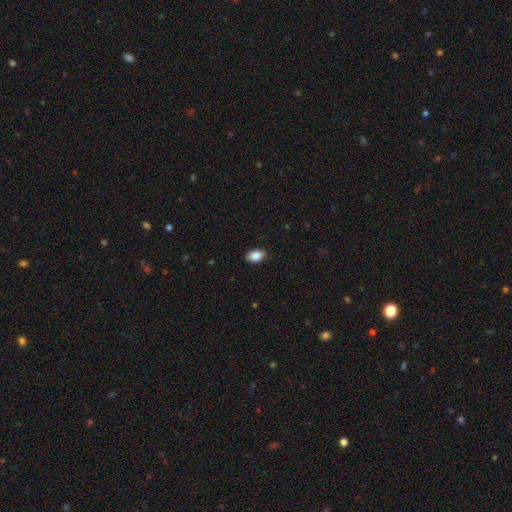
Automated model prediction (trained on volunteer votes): Morphology: type=smooth (88%); roundness=in between (87%); merging=none (85%).